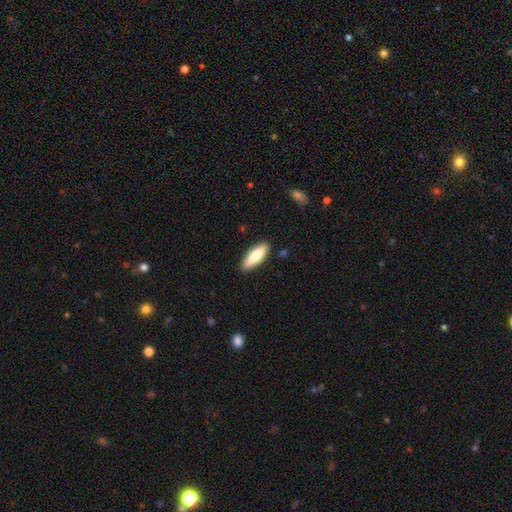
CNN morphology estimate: smooth 77%, featured or disk 18%, star or artifact 5%. Down the decision tree: how rounded — in between (59%); merging — none (89%).